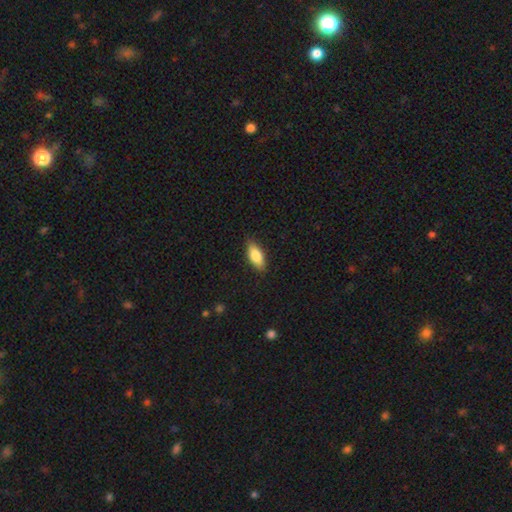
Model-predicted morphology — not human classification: This appears to be a smooth galaxy with no disk features (82%) that is in between round and cigar-shaped (83%). Merging: none (87%).